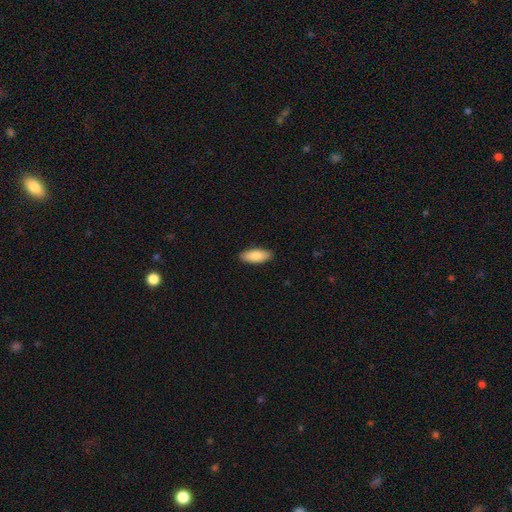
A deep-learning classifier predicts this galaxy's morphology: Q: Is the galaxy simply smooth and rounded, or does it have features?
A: smooth — 86%.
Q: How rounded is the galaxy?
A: in between — 79%.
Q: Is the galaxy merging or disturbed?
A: none — 89%.